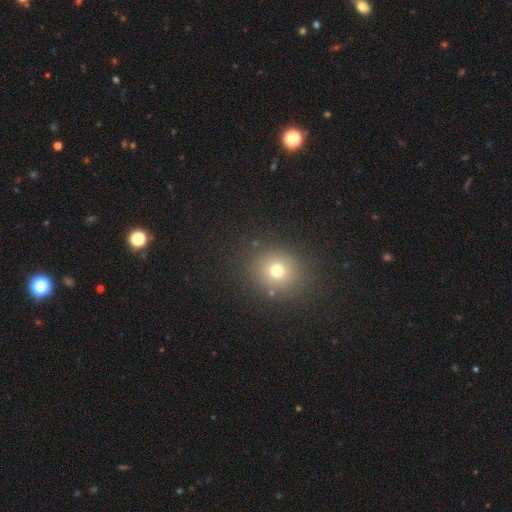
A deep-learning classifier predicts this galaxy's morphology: type=smooth (66%); roundness=round (82%); merging=none (90%).